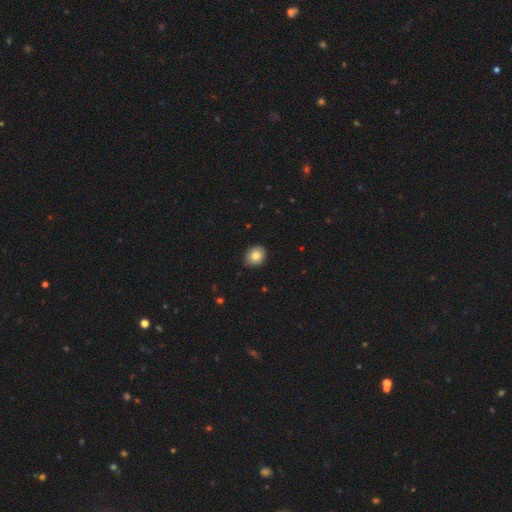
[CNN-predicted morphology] A smooth galaxy with no disk features (83%) that is round (63%).

Vote fractions:
- Smooth or featured? smooth: 83% / featured or disk: 9% / star or artifact: 8%
- How rounded? round: 63% / in between: 36% / cigar-shaped: 1%
- Merging? none: 85% / minor disturbance: 13% / major disturbance: 2% / merger: 1%